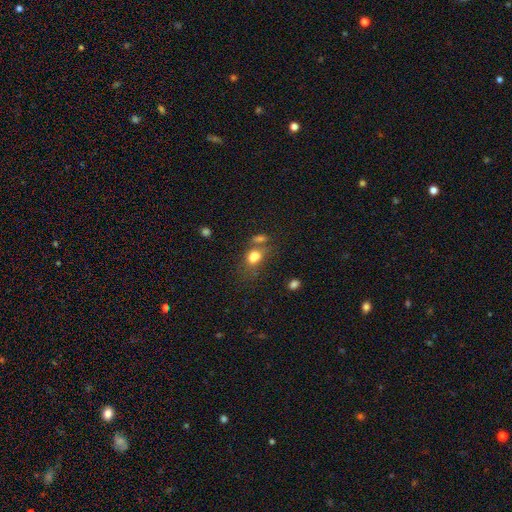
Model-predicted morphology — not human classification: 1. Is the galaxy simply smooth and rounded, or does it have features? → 79% smooth, 11% star or artifact, 10% featured or disk.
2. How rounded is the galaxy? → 70% in between, 28% round, 2% cigar-shaped.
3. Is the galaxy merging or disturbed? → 41% none, 32% merger, 17% minor disturbance, 11% major disturbance.